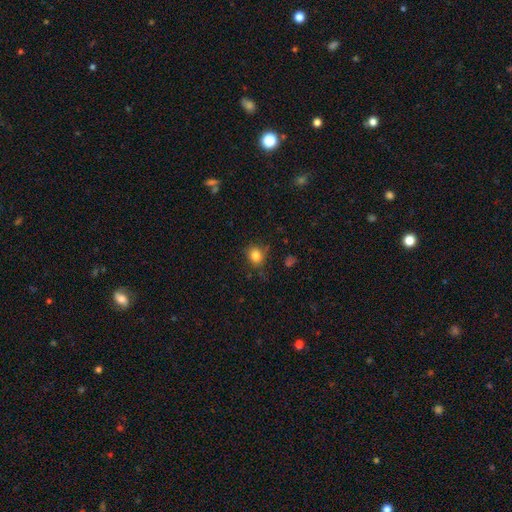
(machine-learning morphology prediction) smooth 82%, star or artifact 12%, featured or disk 6%. Down the decision tree: how rounded — round (73%); merging — none (79%).